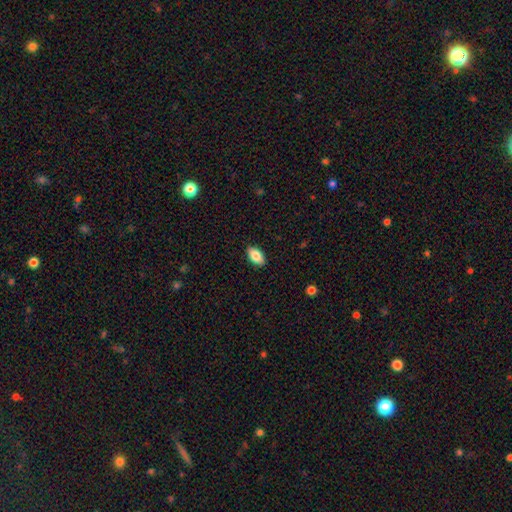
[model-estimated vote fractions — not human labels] smooth_or_featured: smooth (p=0.84) [alt: featured or disk p=0.08]
how_rounded: in between (p=0.92) [alt: round p=0.05]
merging: none (p=0.88) [alt: minor disturbance p=0.09]